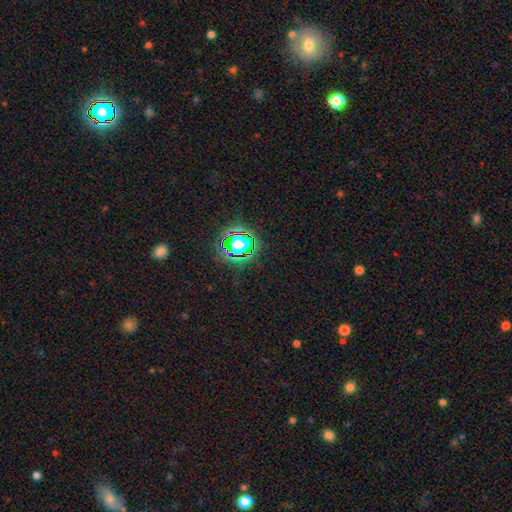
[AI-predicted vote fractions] Smooth or featured?
  - star or artifact: 78% *
  - smooth: 15%
  - featured or disk: 8%